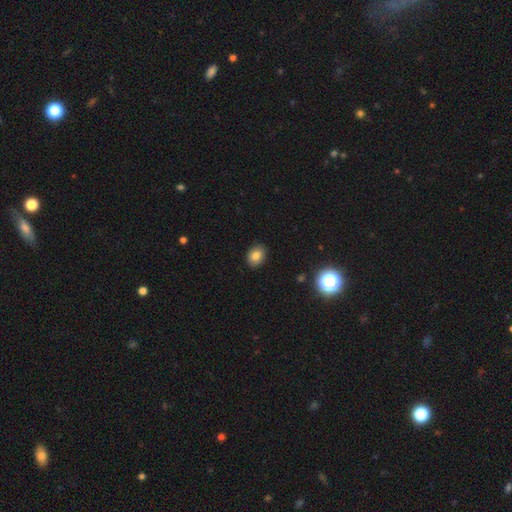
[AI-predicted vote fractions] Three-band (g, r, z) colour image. It shows a smooth galaxy with no disk features (81%) that is in between round and cigar-shaped (64%). Merging: none (89%).